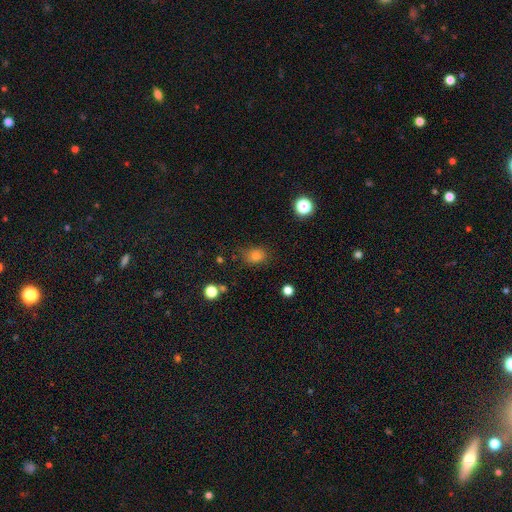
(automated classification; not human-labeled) Overall: smooth (78%). How rounded: in between (51%; round 47%). Merging: none (70%).